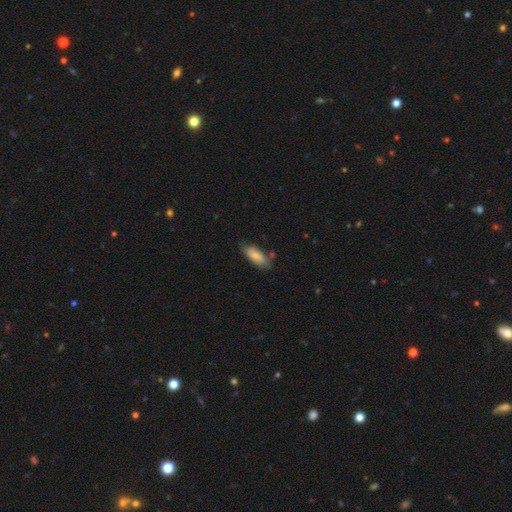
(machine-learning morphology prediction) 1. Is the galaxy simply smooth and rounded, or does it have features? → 80% smooth, 14% featured or disk, 6% star or artifact.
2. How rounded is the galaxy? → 73% in between, 25% cigar-shaped, 2% round.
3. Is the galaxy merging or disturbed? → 67% none, 24% minor disturbance, 5% major disturbance, 4% merger.